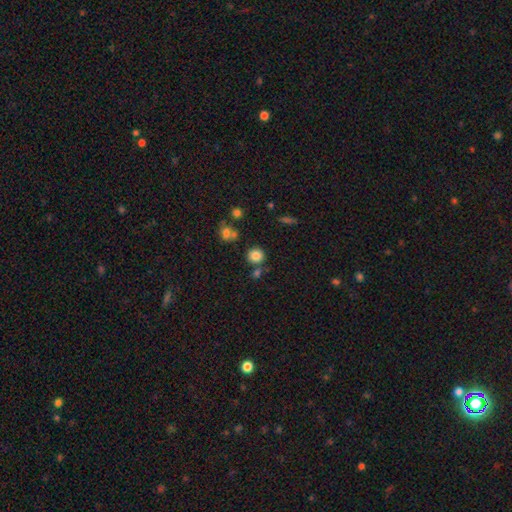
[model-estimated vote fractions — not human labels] A smooth galaxy with no disk features (82%) that is round (88%). Merging: none (73%).